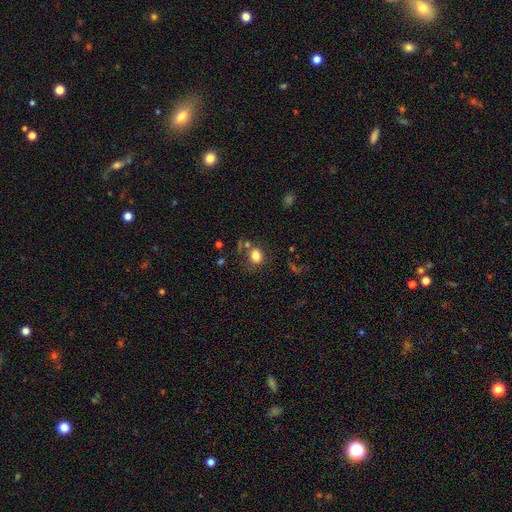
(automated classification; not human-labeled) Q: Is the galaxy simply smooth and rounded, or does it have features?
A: smooth — 80%.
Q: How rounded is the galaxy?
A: round — 55%.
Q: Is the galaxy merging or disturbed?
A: none — 62%.